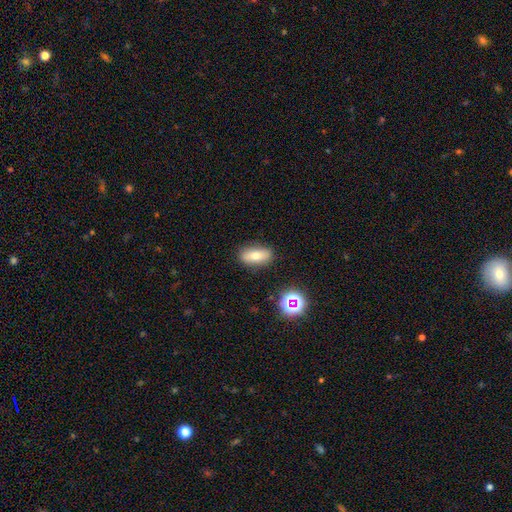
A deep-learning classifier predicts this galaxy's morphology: This is likely a smooth galaxy (71%). How rounded: clearly in between (81%). Merging: clearly none (85%).